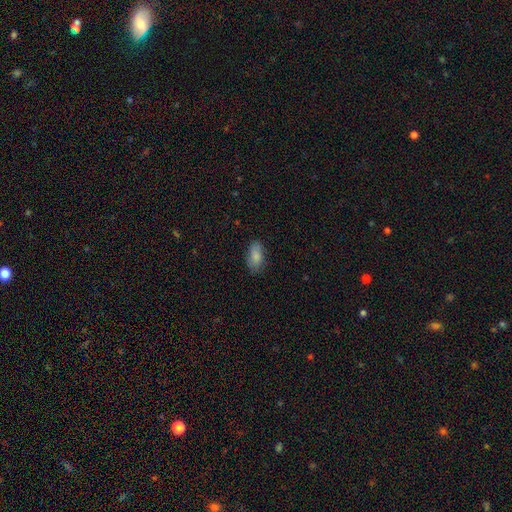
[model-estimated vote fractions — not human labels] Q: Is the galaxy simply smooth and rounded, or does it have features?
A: smooth — 85%.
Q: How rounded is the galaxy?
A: in between — 91%.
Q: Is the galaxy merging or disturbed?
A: none — 80%.